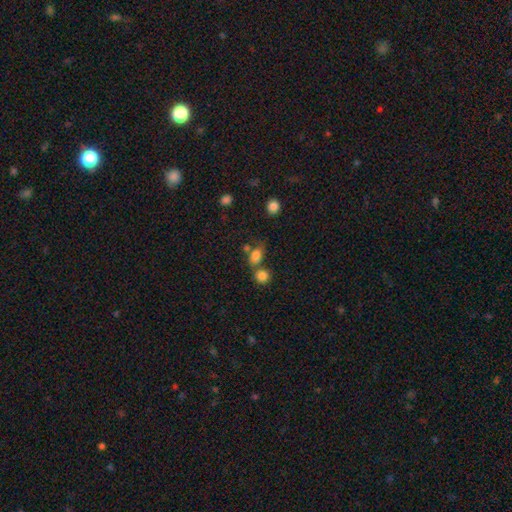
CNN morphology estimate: Q: Smooth or featured?
A: smooth (79%); runner-up: star or artifact (13%)
Q: How rounded?
A: in between (64%); runner-up: round (34%)
Q: Merging?
A: none (44%); runner-up: merger (34%)